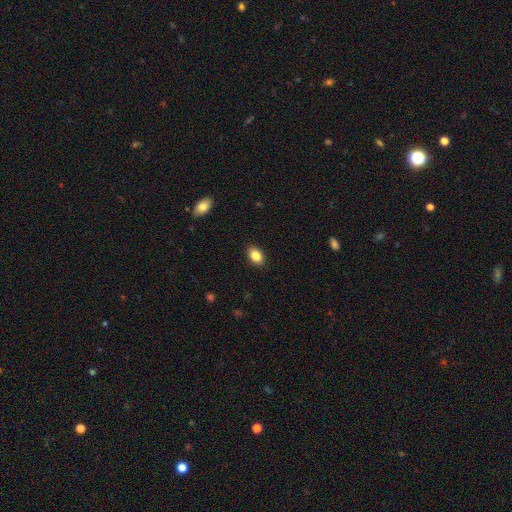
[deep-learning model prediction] A smooth galaxy with no disk features (85%) that is in between round and cigar-shaped (84%). Merging: none (89%).